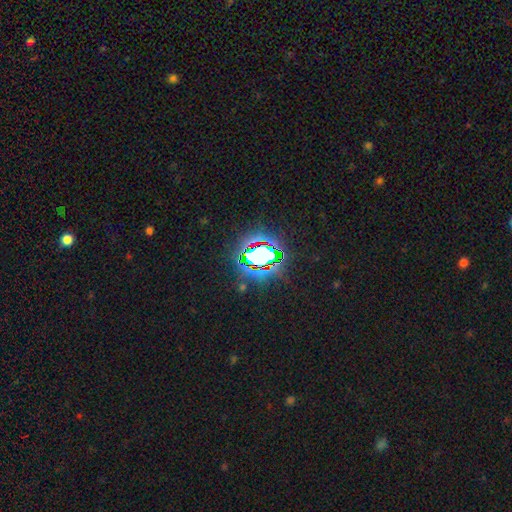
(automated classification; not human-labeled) Morphology: type=star or artifact (79%).